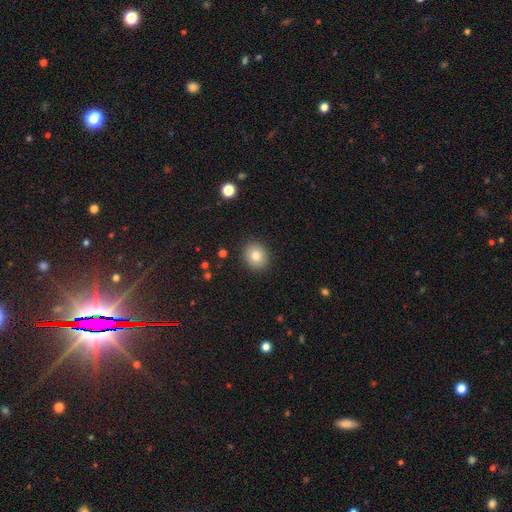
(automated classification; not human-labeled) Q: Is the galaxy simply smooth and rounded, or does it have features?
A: smooth — 82%.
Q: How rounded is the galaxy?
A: round — 69%.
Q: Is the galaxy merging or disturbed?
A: none — 90%.